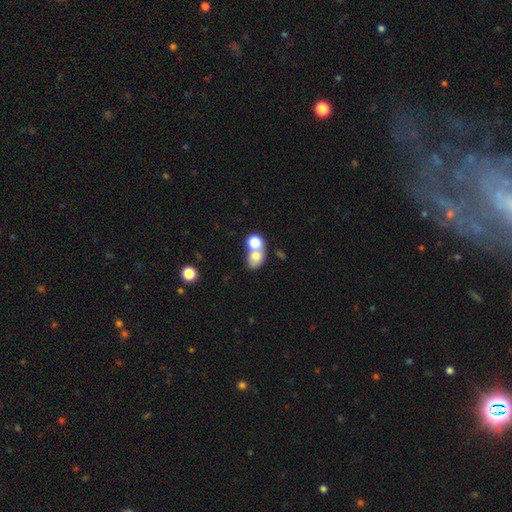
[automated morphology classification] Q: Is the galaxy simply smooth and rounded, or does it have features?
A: smooth — 73%.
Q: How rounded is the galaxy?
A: in between — 55%.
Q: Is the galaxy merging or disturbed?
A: merger — 57%.